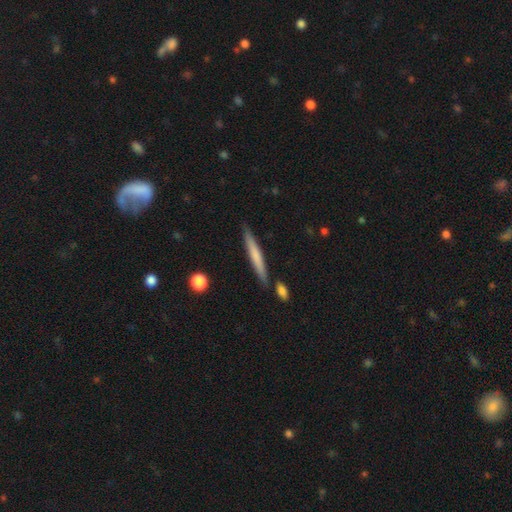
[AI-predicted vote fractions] The model was most divided on "smooth or featured": smooth: 63%, featured or disk: 31%, star or artifact: 5%. More confident: how rounded — cigar-shaped (95%); merging — none (84%).